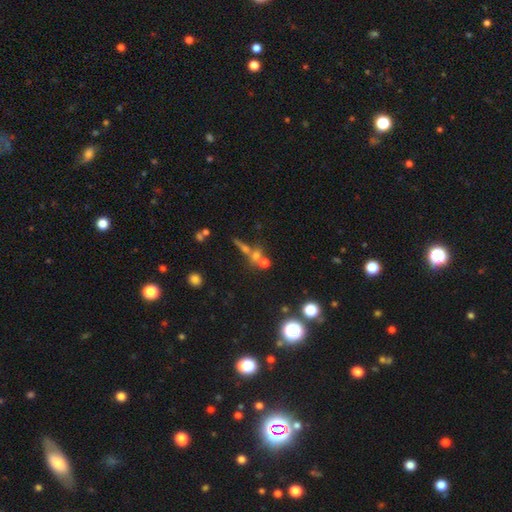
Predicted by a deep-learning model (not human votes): Smooth or featured? smooth (51%)
How rounded? round (67%)
Merging? merger (46%)